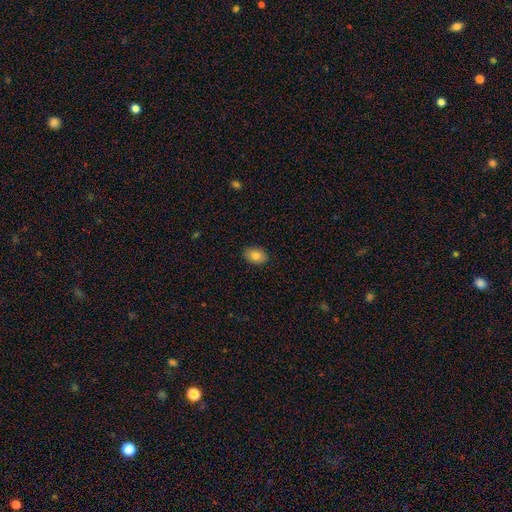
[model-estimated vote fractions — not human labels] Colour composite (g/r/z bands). It shows a smooth galaxy with no disk features (85%) that is in between round and cigar-shaped (83%). Merging: none (89%).